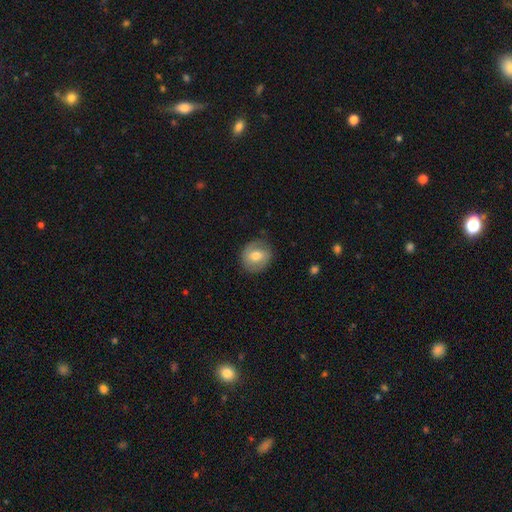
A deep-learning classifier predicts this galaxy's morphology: Q: Smooth or featured?
A: smooth (61%); runner-up: featured or disk (32%)
Q: How rounded?
A: round (77%); runner-up: in between (22%)
Q: Merging?
A: none (80%); runner-up: minor disturbance (15%)